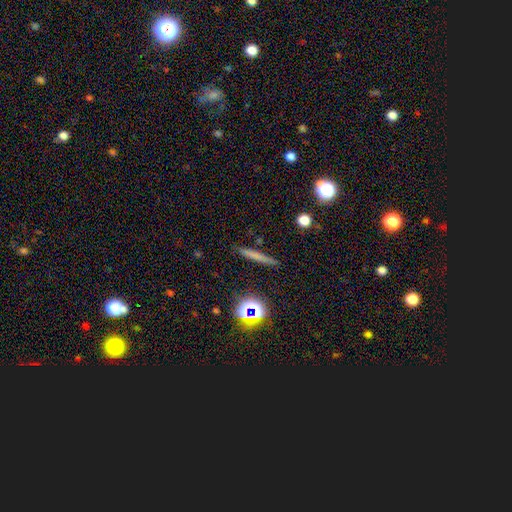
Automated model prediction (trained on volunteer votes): smooth 63%, featured or disk 24%, star or artifact 13%. Down the decision tree: how rounded — cigar-shaped (93%); merging — none (88%).